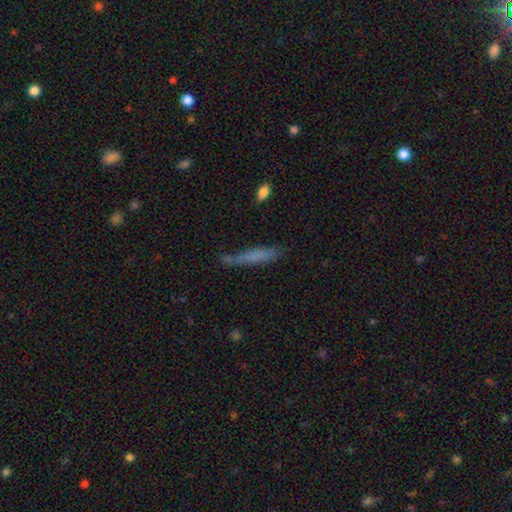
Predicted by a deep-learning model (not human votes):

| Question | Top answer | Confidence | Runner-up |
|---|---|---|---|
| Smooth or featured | smooth | 67% | featured or disk (25%) |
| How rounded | cigar-shaped | 90% | in between (8%) |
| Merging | none | 64% | minor disturbance (23%) |